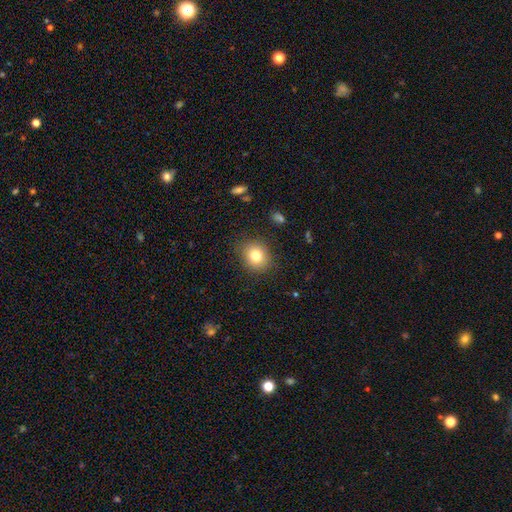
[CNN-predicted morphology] Smooth or featured: smooth — 79% (star or artifact — 12%)
How rounded: round — 76% (in between — 24%)
Merging: none — 85% (minor disturbance — 11%)